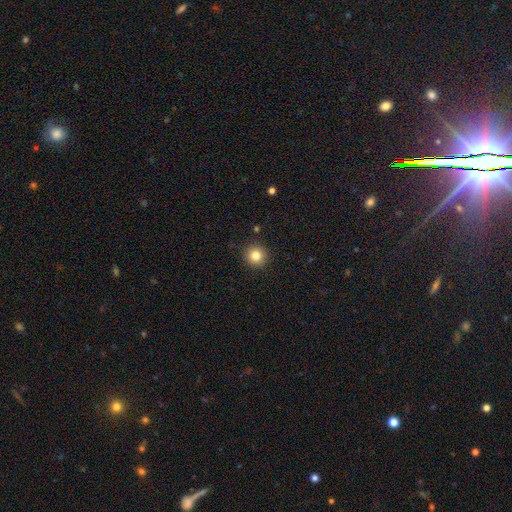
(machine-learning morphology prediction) smooth-or-featured: smooth: 82% | star or artifact: 11% | featured or disk: 6%
  how-rounded: round: 94% | in between: 5% | cigar-shaped: 1%
  merging: none: 91% | minor disturbance: 6% | major disturbance: 2% | merger: 1%